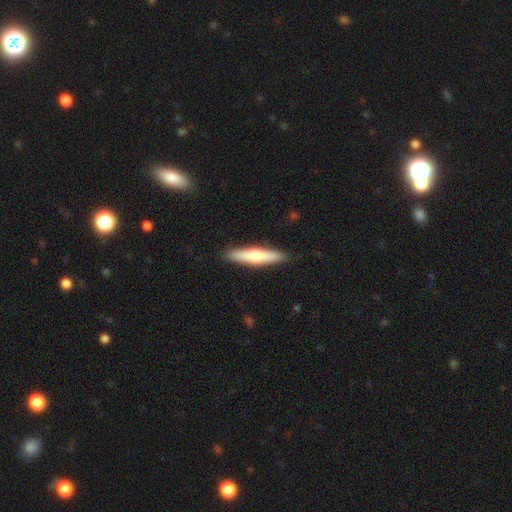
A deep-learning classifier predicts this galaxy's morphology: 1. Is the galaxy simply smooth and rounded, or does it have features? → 53% smooth, 41% featured or disk, 5% star or artifact.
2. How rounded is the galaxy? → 84% cigar-shaped, 14% in between, 2% round.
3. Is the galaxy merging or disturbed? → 90% none, 7% minor disturbance, 2% major disturbance, 1% merger.